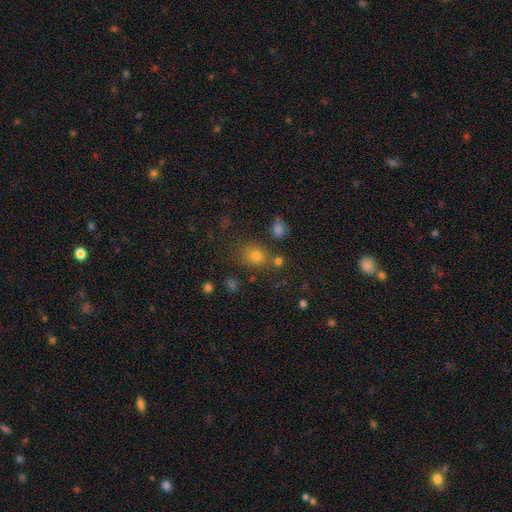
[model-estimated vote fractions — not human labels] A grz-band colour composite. It shows a smooth galaxy with no disk features (69%) that is round (65%). Merging: none (70%).